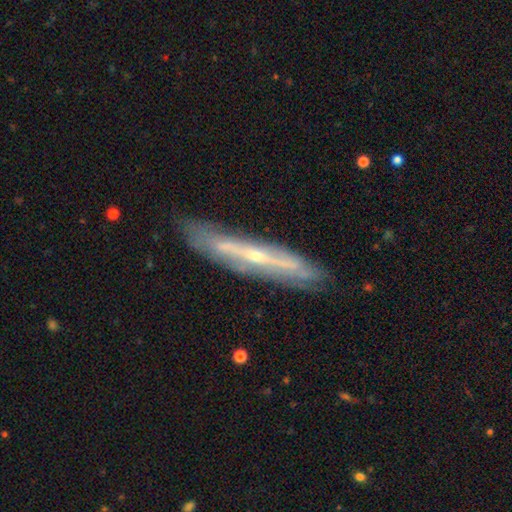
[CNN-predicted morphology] smooth_or_featured: featured or disk (p=0.76) [alt: smooth p=0.17]
disk_edge_on: yes (p=0.71) [alt: no p=0.29]
edge_on_bulge: rounded (p=0.68) [alt: none p=0.29]
merging: none (p=0.78) [alt: minor disturbance p=0.16]